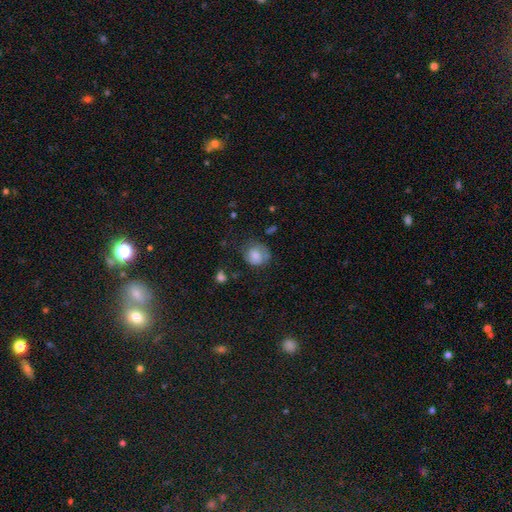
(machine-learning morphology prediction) A smooth galaxy with no disk features (72%) that is round (74%). Merging: none (54%).